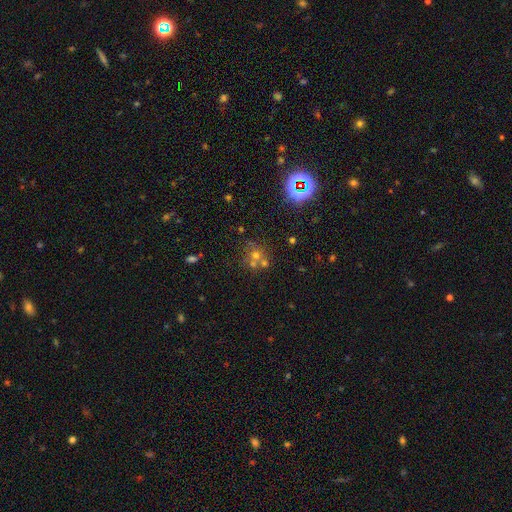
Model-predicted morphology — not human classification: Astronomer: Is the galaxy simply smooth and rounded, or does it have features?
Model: smooth — 51% (runner-up: star or artifact, 29%).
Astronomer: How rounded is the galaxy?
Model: round — 82%.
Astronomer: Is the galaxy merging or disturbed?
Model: none — 50% (runner-up: merger, 36%).